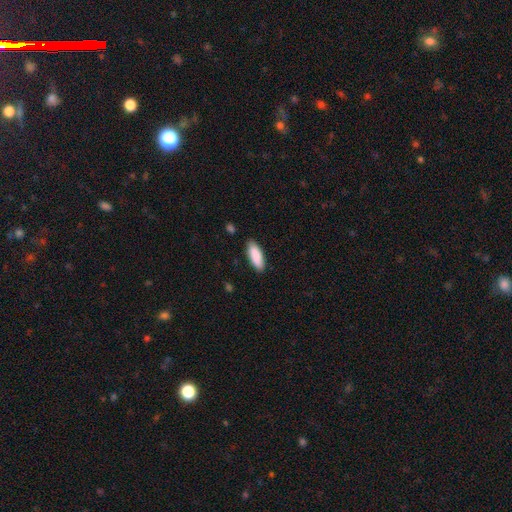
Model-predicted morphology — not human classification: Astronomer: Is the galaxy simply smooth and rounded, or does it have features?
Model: smooth — 89%.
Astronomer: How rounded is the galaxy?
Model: in between — 69%.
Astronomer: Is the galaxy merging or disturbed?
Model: none — 86%.